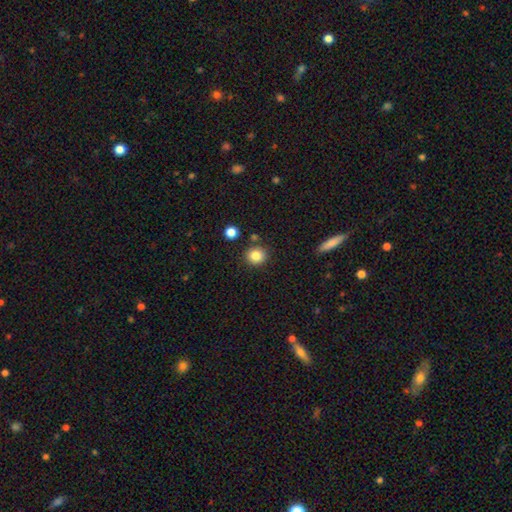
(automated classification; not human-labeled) Smooth or featured: smooth — 85% (star or artifact — 10%)
How rounded: round — 89% (in between — 10%)
Merging: none — 86% (minor disturbance — 7%)